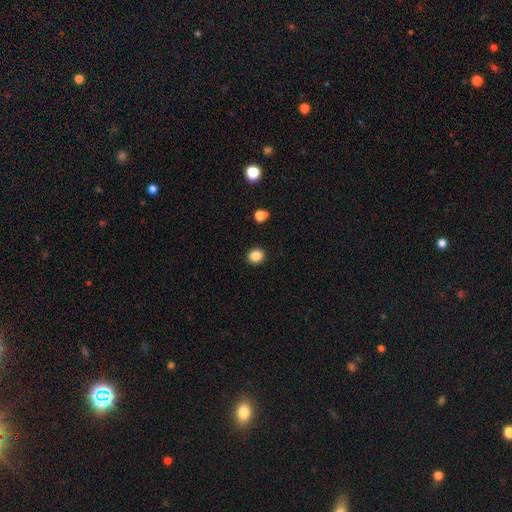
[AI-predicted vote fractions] Smooth or featured? Predicted: smooth (p=0.86). How rounded? Predicted: round (p=0.85). Merging? Predicted: none (p=0.92).